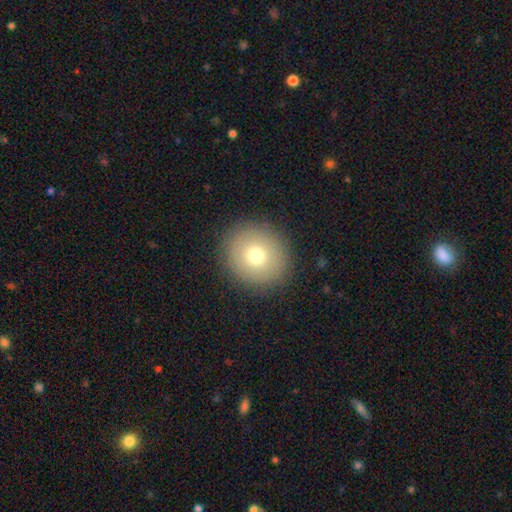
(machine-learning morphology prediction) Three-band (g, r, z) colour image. It shows a smooth galaxy with no disk features (74%) that is round (86%). Merging: none (90%).